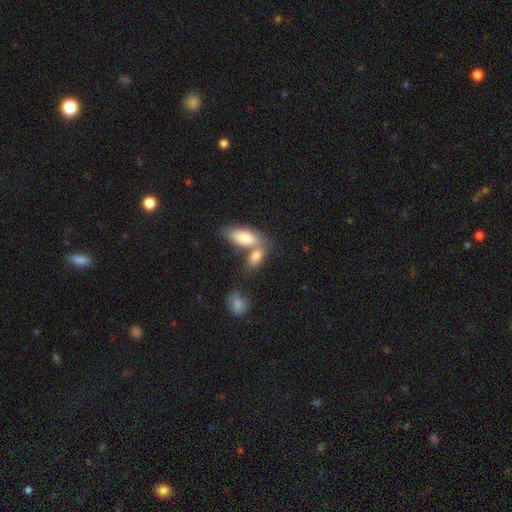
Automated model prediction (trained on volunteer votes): This appears to be a smooth galaxy with no disk features (82%) that is in between round and cigar-shaped (86%). Merging: merger (53%).